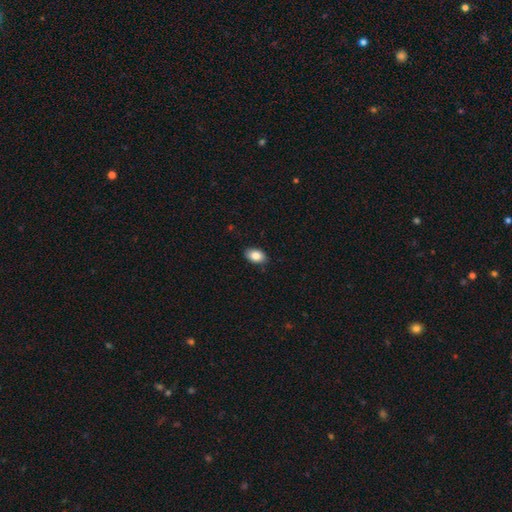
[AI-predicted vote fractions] This appears to be a smooth galaxy with no disk features (85%) that is in between round and cigar-shaped (89%). Merging: none (87%).